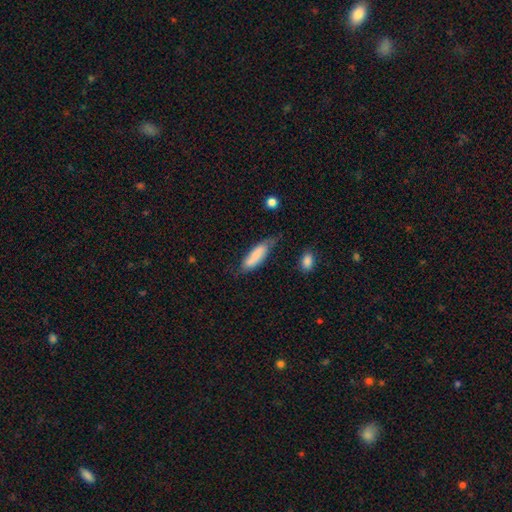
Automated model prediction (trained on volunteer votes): Smooth or featured?
  - smooth: 76% *
  - featured or disk: 18%
  - star or artifact: 6%
How rounded?
  - in between: 50% *
  - cigar-shaped: 48%
  - round: 2%
Merging?
  - none: 51% *
  - minor disturbance: 34%
  - major disturbance: 10%
  - merger: 5%